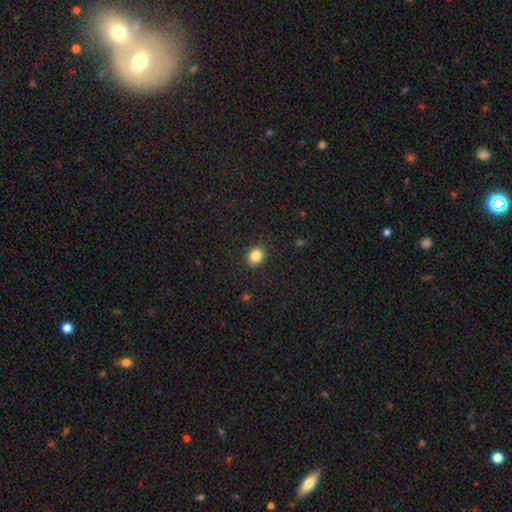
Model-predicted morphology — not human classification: Smooth or featured? Predicted: smooth (p=0.86). How rounded? Predicted: round (p=0.61). Merging? Predicted: none (p=0.90).